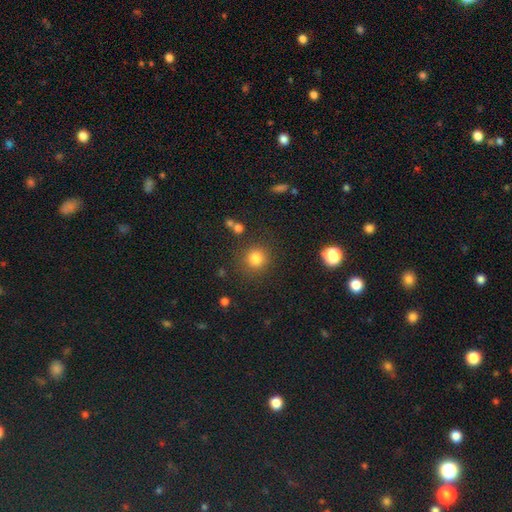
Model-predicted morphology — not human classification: Smooth or featured? smooth (74%)
How rounded? round (93%)
Merging? none (88%)